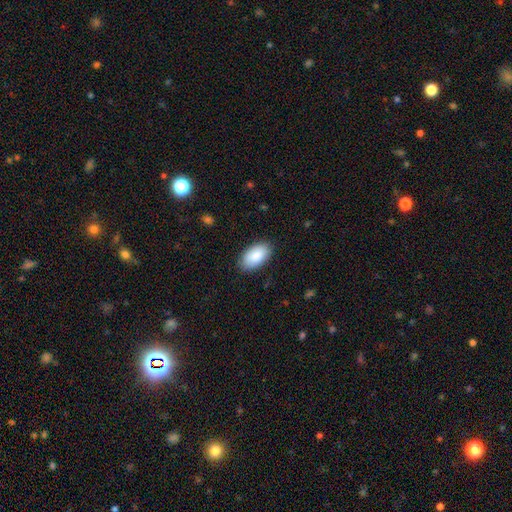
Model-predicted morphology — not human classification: type=smooth (89%); roundness=in between (96%); merging=none (86%).